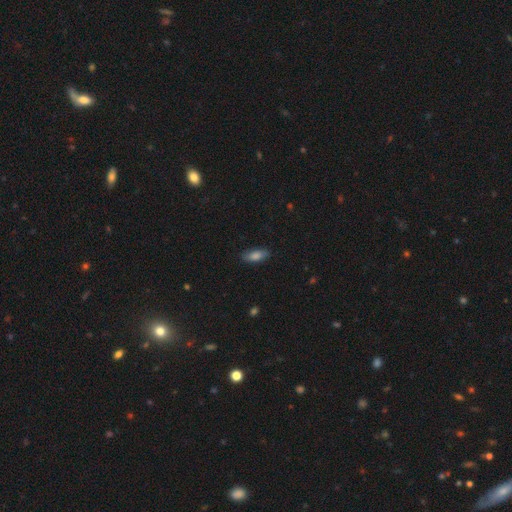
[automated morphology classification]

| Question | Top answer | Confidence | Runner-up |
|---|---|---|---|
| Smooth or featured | smooth | 75% | star or artifact (13%) |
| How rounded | in between | 76% | cigar-shaped (21%) |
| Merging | none | 84% | minor disturbance (12%) |